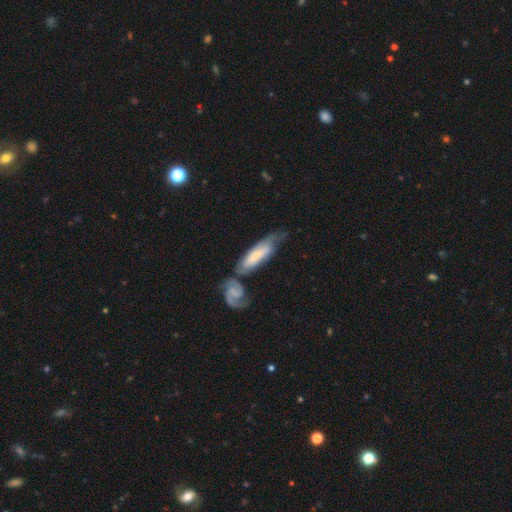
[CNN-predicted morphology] A featured or disk galaxy (51%). Merging: merger (36%).